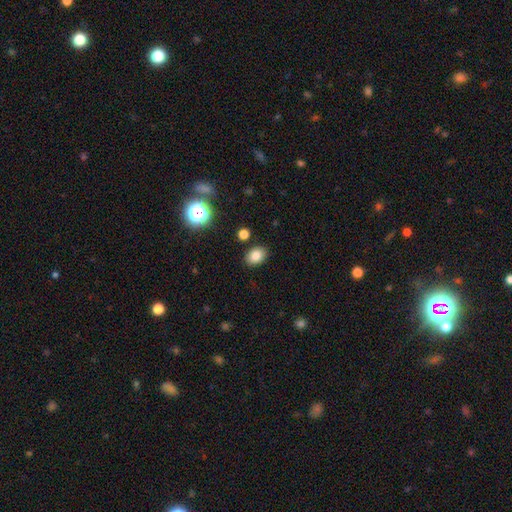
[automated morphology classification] A smooth galaxy with no disk features (82%) that is in between round and cigar-shaped (75%).

Vote fractions:
- Smooth or featured? smooth: 82% / star or artifact: 11% / featured or disk: 7%
- How rounded? in between: 75% / round: 24% / cigar-shaped: 1%
- Merging? none: 86% / minor disturbance: 9% / merger: 3% / major disturbance: 2%